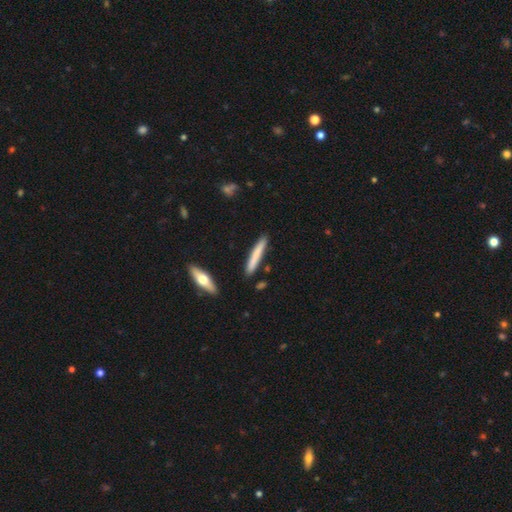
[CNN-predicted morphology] A smooth galaxy with no disk features (70%) that is cigar-shaped (95%). Merging: none (86%).